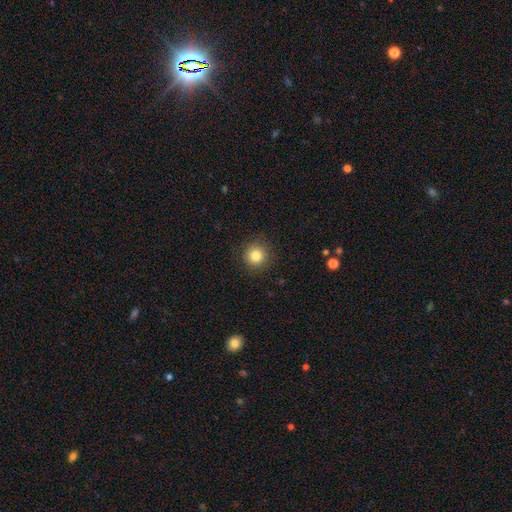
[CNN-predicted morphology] Smooth or featured?
  - smooth: 83% *
  - star or artifact: 11%
  - featured or disk: 6%
How rounded?
  - round: 94% *
  - in between: 5%
  - cigar-shaped: 1%
Merging?
  - none: 89% *
  - minor disturbance: 7%
  - major disturbance: 2%
  - merger: 1%